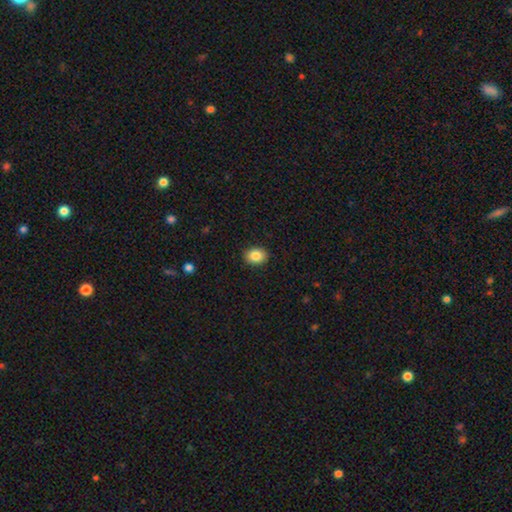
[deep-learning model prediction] Smooth or featured?
  - smooth: 85% *
  - star or artifact: 9%
  - featured or disk: 6%
How rounded?
  - in between: 56% *
  - round: 43%
  - cigar-shaped: 1%
Merging?
  - none: 90% *
  - minor disturbance: 7%
  - major disturbance: 2%
  - merger: 1%